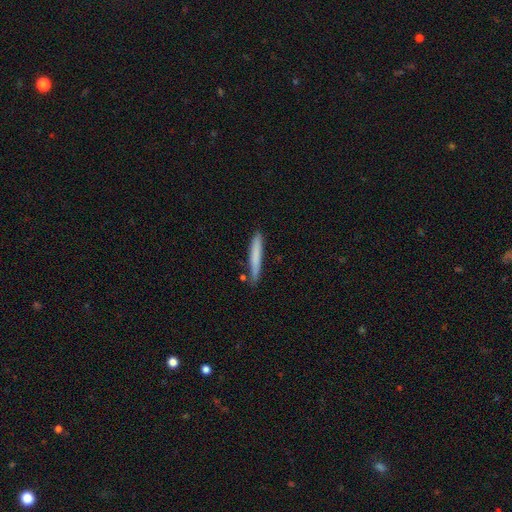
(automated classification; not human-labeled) Smooth or featured?
  - smooth: 74% *
  - featured or disk: 20%
  - star or artifact: 6%
How rounded?
  - cigar-shaped: 96% *
  - in between: 3%
  - round: 1%
Merging?
  - none: 83% *
  - minor disturbance: 12%
  - merger: 3%
  - major disturbance: 2%